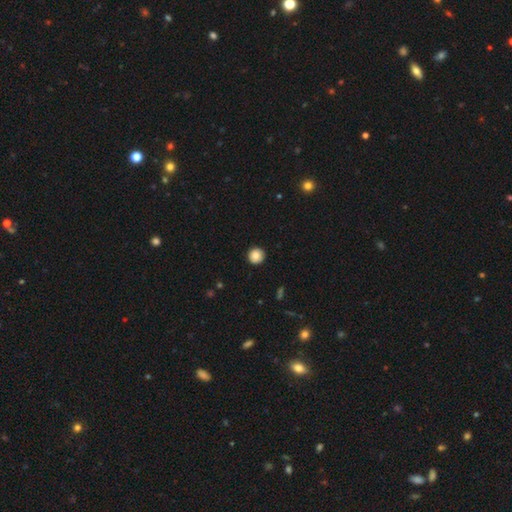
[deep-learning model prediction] Smooth or featured: smooth — 85% (star or artifact — 9%)
How rounded: round — 96% (in between — 3%)
Merging: none — 92% (minor disturbance — 5%)